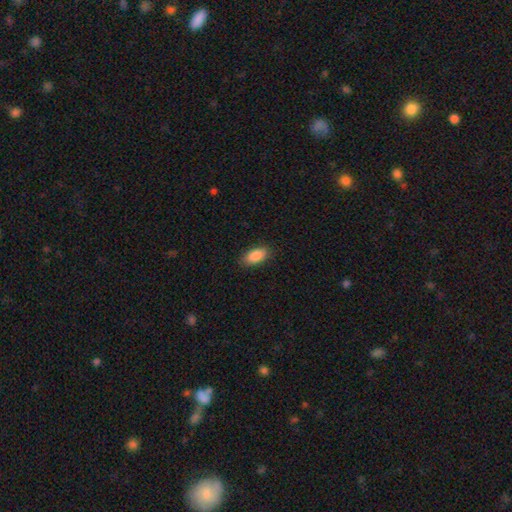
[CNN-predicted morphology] Smooth or featured? Predicted: smooth (p=0.88). How rounded? Predicted: in between (p=0.91). Merging? Predicted: none (p=0.87).